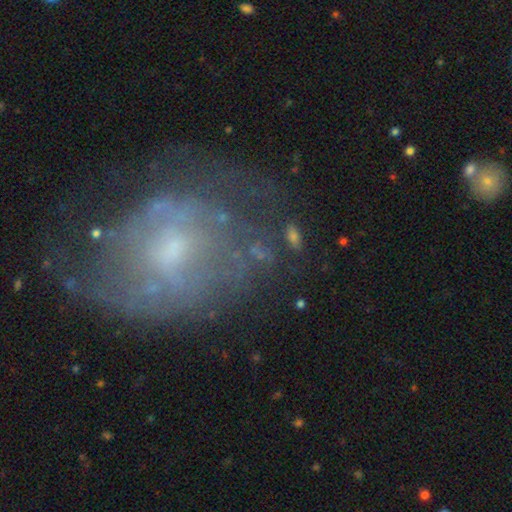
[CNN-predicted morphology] Overall: featured or disk (64%). Edge-on disk: no (96%). Bar: no (61%; weak 32%). Spiral arms: yes (54%; no 46%). Bulge size: small (52%; moderate 32%). Merging: none (52%; major disturbance 22%).